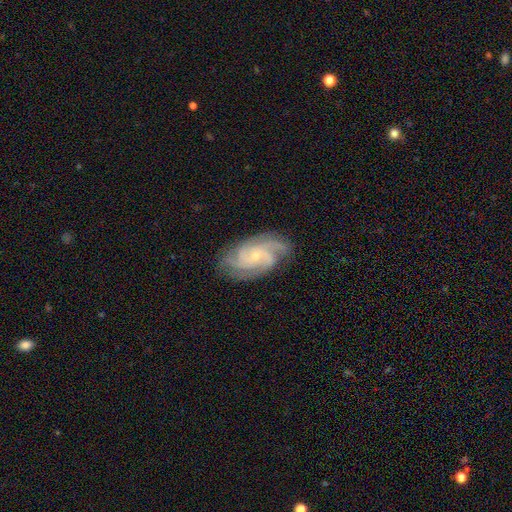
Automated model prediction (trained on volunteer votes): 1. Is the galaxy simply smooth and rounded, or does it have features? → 88% featured or disk, 6% smooth, 5% star or artifact.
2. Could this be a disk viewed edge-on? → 97% no, 3% yes.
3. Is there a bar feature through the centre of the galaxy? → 69% no, 26% weak, 5% strong.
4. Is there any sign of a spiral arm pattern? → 98% yes, 2% no.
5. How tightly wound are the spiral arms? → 55% tight, 38% medium, 7% loose.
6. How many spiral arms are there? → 39% 3, 28% 4, 11% can't tell, 10% 2, 6% more than 4, 6% 1.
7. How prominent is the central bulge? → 77% small, 19% moderate, 2% none, 1% large, 1% dominant.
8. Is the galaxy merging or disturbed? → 80% none, 15% minor disturbance, 4% major disturbance, 1% merger.